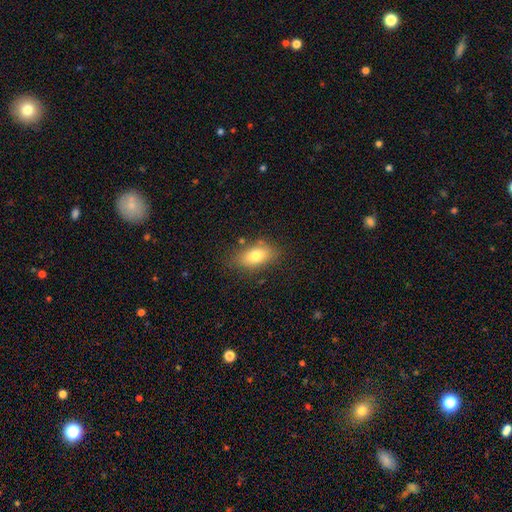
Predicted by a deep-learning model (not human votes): smooth-or-featured: smooth: 78% | featured or disk: 13% | star or artifact: 8%
  how-rounded: in between: 87% | round: 8% | cigar-shaped: 4%
  merging: none: 79% | minor disturbance: 14% | major disturbance: 4% | merger: 3%